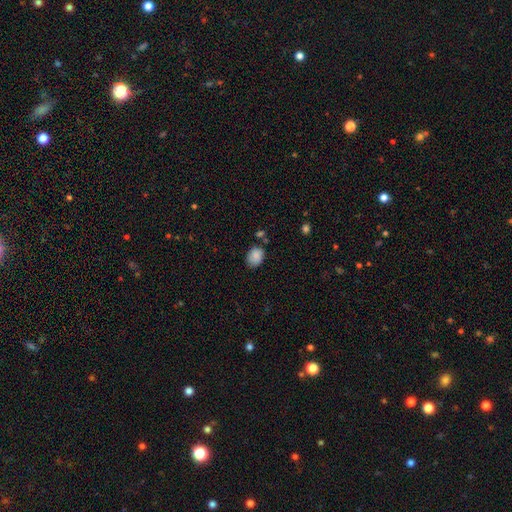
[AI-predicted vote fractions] A smooth galaxy with no disk features (87%) that is in between round and cigar-shaped (61%).

Vote fractions:
- Smooth or featured? smooth: 87% / star or artifact: 8% / featured or disk: 5%
- How rounded? in between: 61% / round: 38% / cigar-shaped: 1%
- Merging? none: 70% / minor disturbance: 20% / merger: 5% / major disturbance: 4%